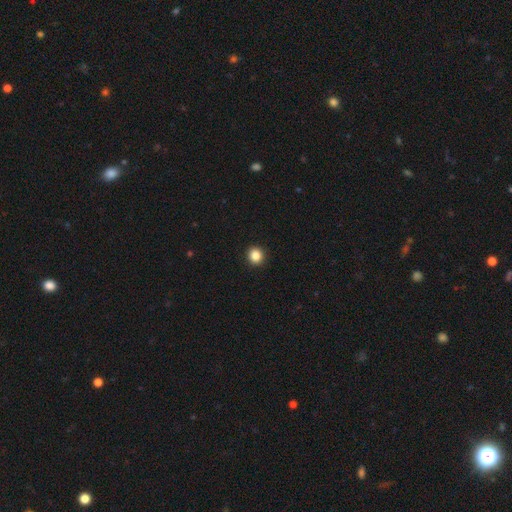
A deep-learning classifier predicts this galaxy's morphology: Smooth or featured? smooth (85%)
How rounded? round (91%)
Merging? none (94%)